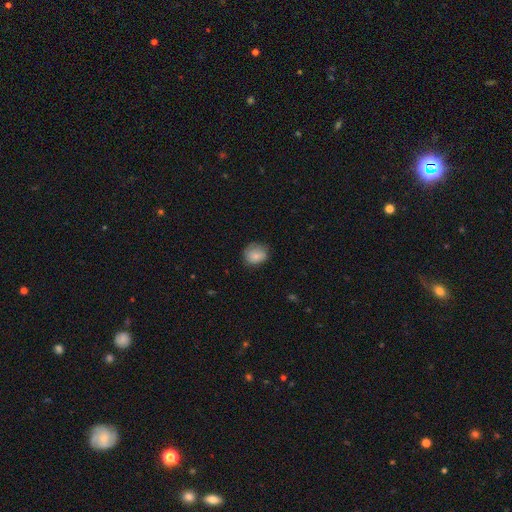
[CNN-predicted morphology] This is likely a smooth galaxy (78%). How rounded: likely round (64%). Merging: likely none (63%).